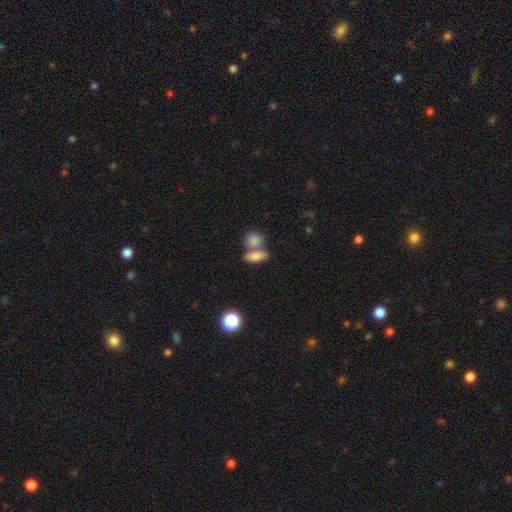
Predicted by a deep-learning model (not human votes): Smooth or featured?
  - smooth: 81% *
  - featured or disk: 11%
  - star or artifact: 8%
How rounded?
  - in between: 71% *
  - cigar-shaped: 16%
  - round: 12%
Merging?
  - none: 45% *
  - merger: 41%
  - minor disturbance: 10%
  - major disturbance: 4%